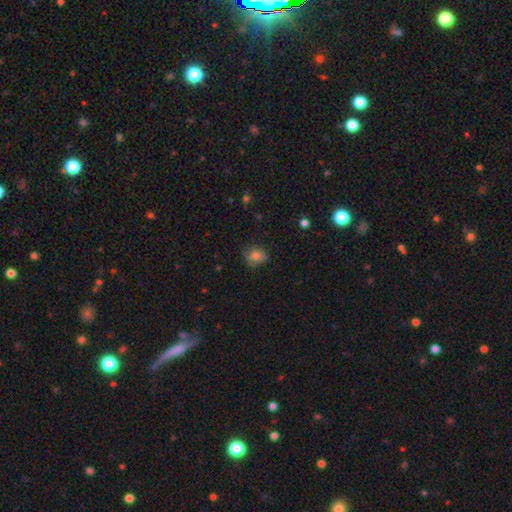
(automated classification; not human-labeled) This is likely a smooth galaxy (72%). How rounded: possibly round (55%). Merging: possibly none (59%).